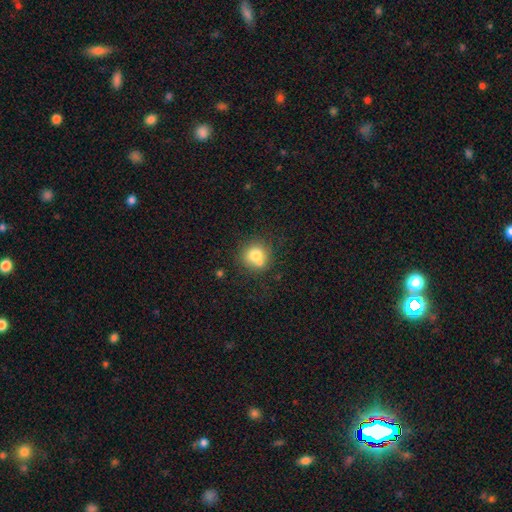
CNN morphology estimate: Smooth or featured? smooth (74%)
How rounded? round (88%)
Merging? none (58%)